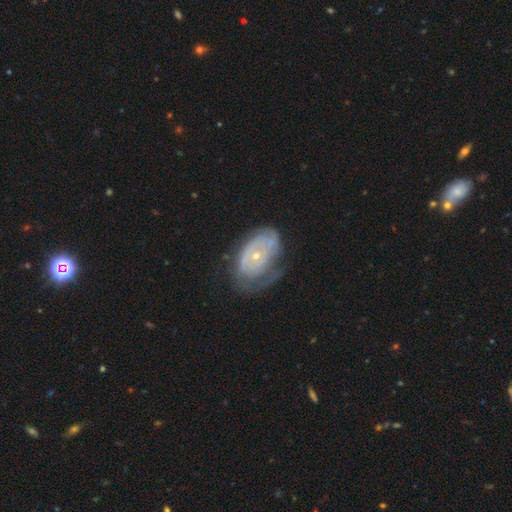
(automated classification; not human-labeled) Morphology: type=featured or disk (70%); edge-on=no (95%); bar=no (82%); spiral arms=yes (67%); bulge=small (69%); merging=none (41%).